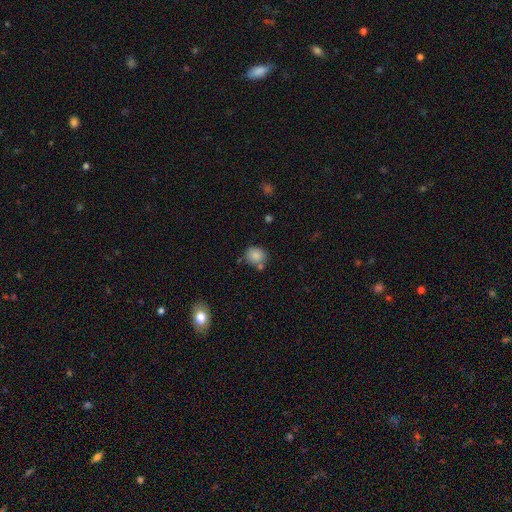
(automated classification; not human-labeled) Overall: smooth (84%). How rounded: round (79%). Merging: none (68%).